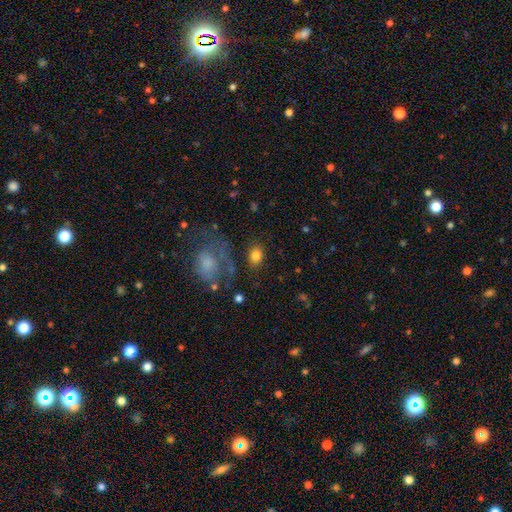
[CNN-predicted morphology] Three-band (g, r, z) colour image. It shows a smooth galaxy with no disk features (81%) that is in between round and cigar-shaped (70%). Merging: none (76%).